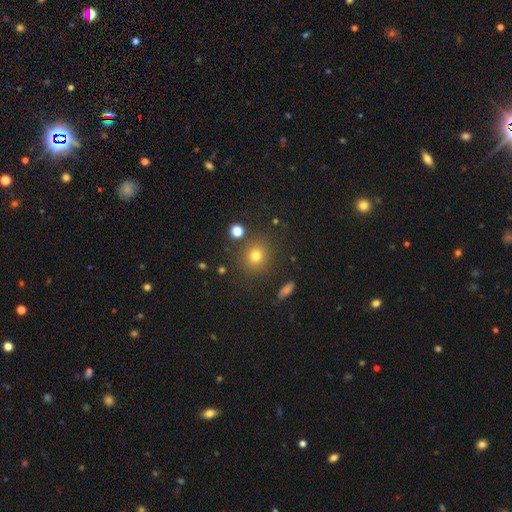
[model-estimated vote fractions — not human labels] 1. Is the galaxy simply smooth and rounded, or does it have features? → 76% smooth, 15% star or artifact, 9% featured or disk.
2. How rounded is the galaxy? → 80% round, 19% in between, 1% cigar-shaped.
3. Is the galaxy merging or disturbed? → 83% none, 9% minor disturbance, 4% merger, 4% major disturbance.